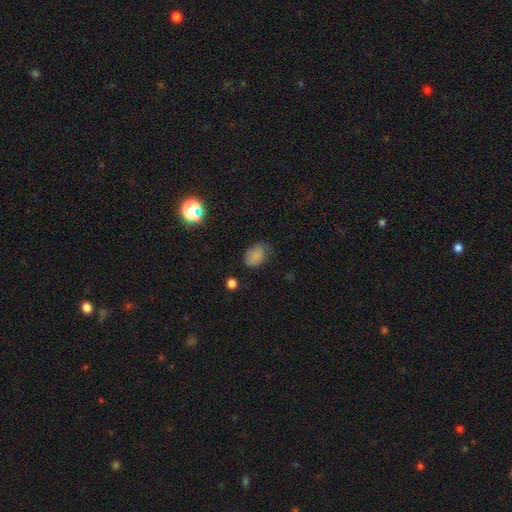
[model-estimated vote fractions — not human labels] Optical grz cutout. It shows a smooth galaxy with no disk features (80%) that is in between round and cigar-shaped (78%). Merging: none (63%).